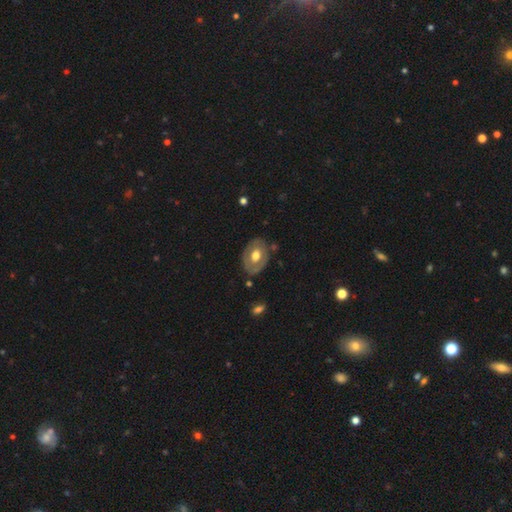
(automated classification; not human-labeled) Smooth or featured? featured or disk (51%)
Edge-on disk? no (92%)
Merging? none (76%)